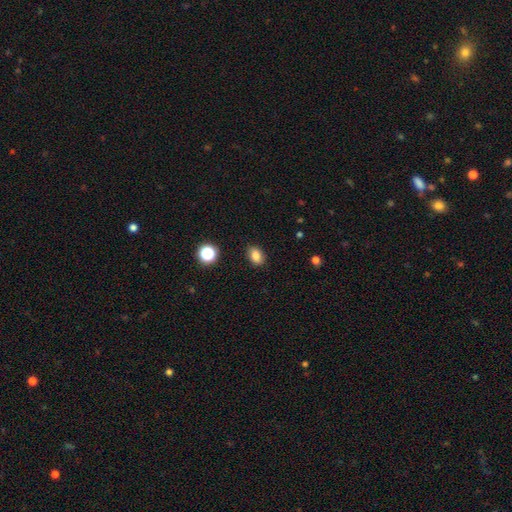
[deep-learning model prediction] The model was most divided on "how rounded": in between: 78%, round: 21%, cigar-shaped: 1%. More confident: merging — none (88%); smooth or featured — smooth (84%).